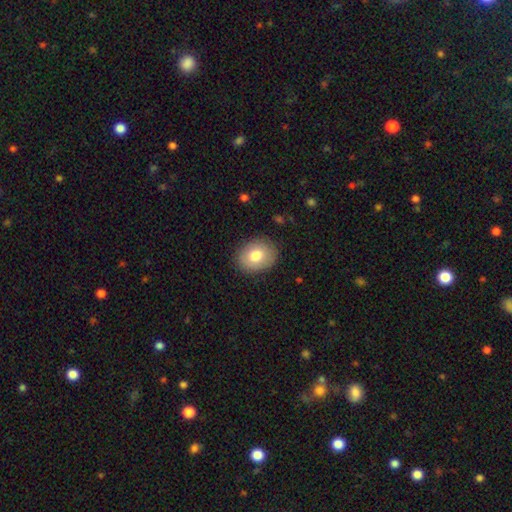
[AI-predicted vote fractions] A smooth galaxy with no disk features (78%) that is in between round and cigar-shaped (61%).

Vote fractions:
- Smooth or featured? smooth: 78% / featured or disk: 14% / star or artifact: 8%
- How rounded? in between: 61% / round: 38% / cigar-shaped: 1%
- Merging? none: 86% / minor disturbance: 10% / major disturbance: 3% / merger: 1%